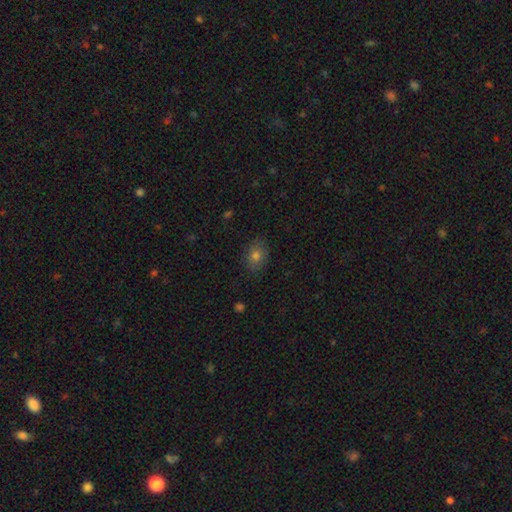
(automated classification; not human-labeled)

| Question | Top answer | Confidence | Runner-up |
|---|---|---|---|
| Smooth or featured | smooth | 76% | star or artifact (14%) |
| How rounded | in between | 61% | round (38%) |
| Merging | none | 85% | minor disturbance (12%) |